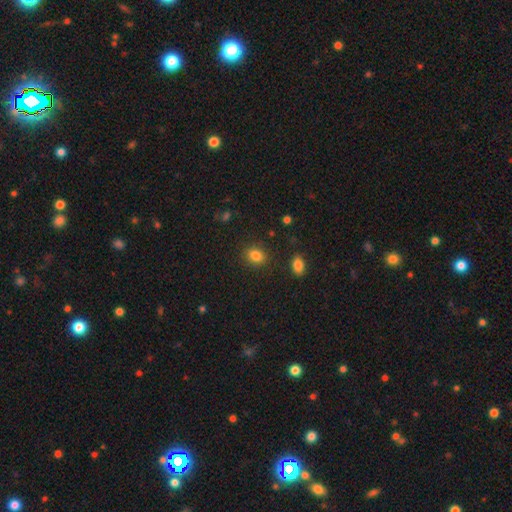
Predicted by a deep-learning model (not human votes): Smooth or featured? Predicted: smooth (p=0.84). How rounded? Predicted: in between (p=0.55). Merging? Predicted: none (p=0.86).